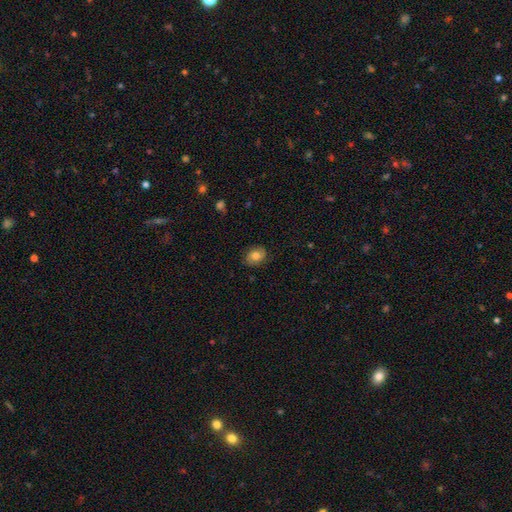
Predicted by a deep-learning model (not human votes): Morphology: type=smooth (69%); roundness=in between (57%); merging=none (81%).